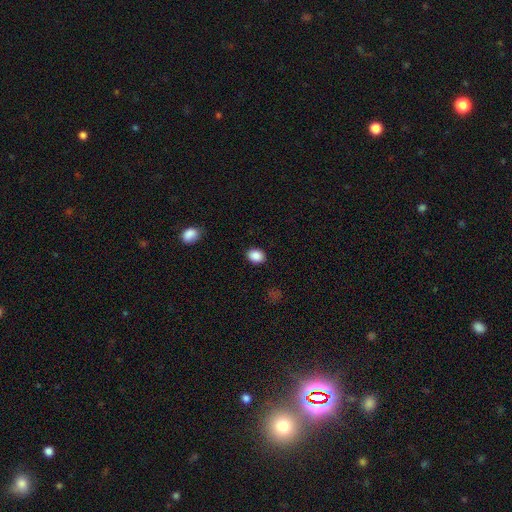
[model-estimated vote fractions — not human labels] Smooth or featured? Predicted: smooth (p=0.88). How rounded? Predicted: in between (p=0.66). Merging? Predicted: none (p=0.88).